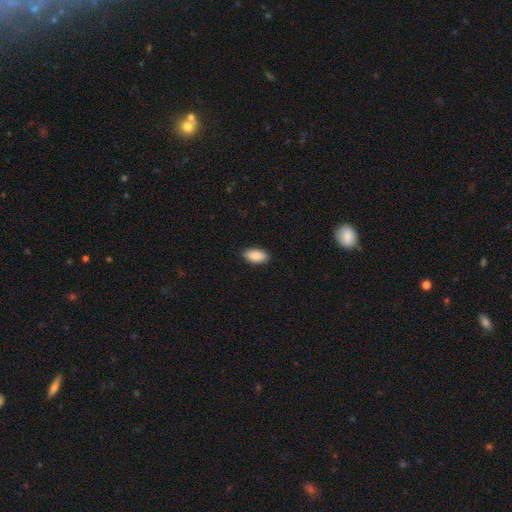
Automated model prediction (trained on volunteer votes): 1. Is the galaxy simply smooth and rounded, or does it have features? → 90% smooth, 6% star or artifact, 4% featured or disk.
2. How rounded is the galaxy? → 93% in between, 5% cigar-shaped, 2% round.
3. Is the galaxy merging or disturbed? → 89% none, 8% minor disturbance, 2% major disturbance, 1% merger.